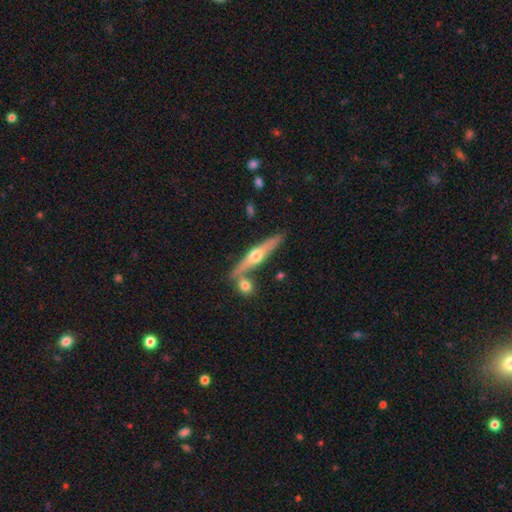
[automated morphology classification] The model was most divided on "smooth or featured": featured or disk: 63%, smooth: 32%, star or artifact: 5%. More confident: edge-on disk — yes (94%); edge-on bulge — rounded (93%); merging — none (72%).